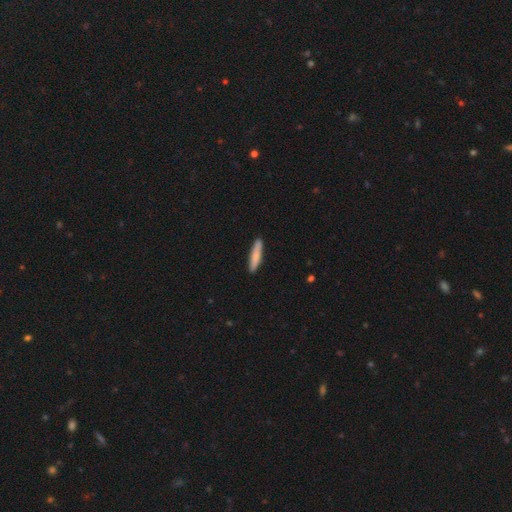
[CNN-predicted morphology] This is likely a smooth galaxy (79%). How rounded: clearly cigar-shaped (89%). Merging: clearly none (89%).